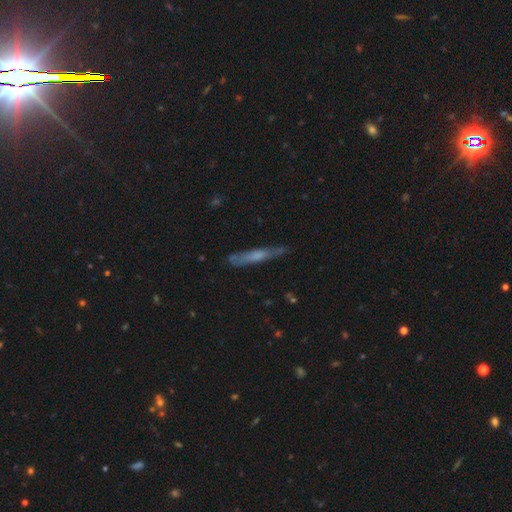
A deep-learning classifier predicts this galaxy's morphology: Smooth or featured?
  - featured or disk: 50% *
  - smooth: 42%
  - star or artifact: 8%
Edge-on disk?
  - yes: 86% *
  - no: 14%
Merging?
  - none: 74% *
  - minor disturbance: 20%
  - major disturbance: 5%
  - merger: 2%